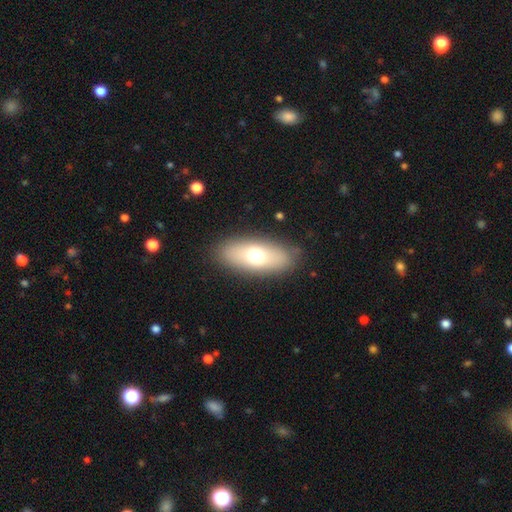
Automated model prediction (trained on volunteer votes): Smooth or featured: smooth — 68% (featured or disk — 24%)
How rounded: in between — 80% (cigar-shaped — 15%)
Merging: none — 86% (minor disturbance — 10%)